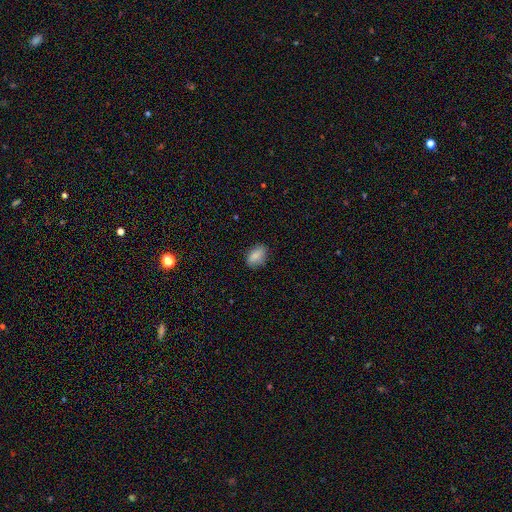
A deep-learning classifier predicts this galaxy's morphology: Smooth or featured? Predicted: smooth (p=0.85). How rounded? Predicted: in between (p=0.86). Merging? Predicted: none (p=0.81).